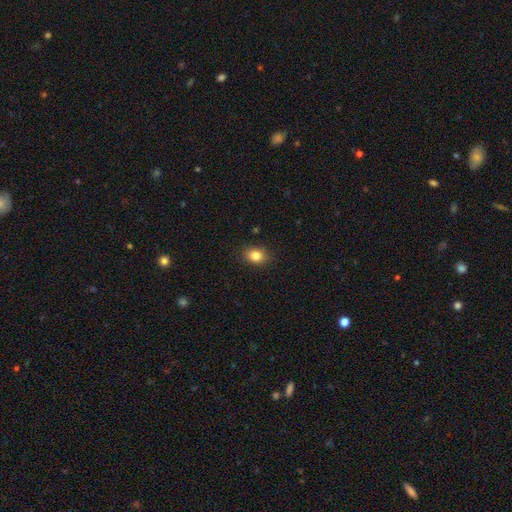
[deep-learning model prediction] This is clearly a smooth galaxy (84%). How rounded: possibly in between (59%). Merging: clearly none (88%).